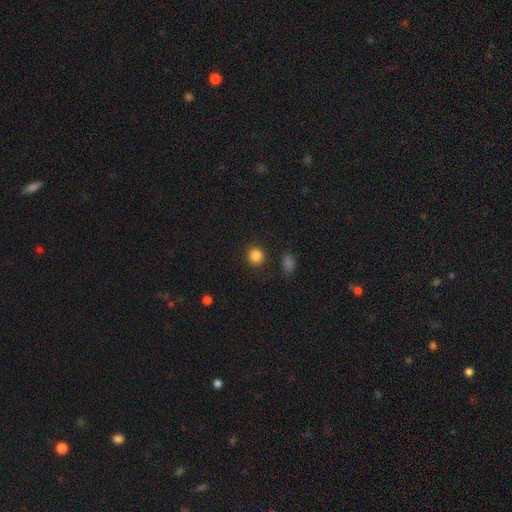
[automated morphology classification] smooth-or-featured: smooth: 86% | star or artifact: 11% | featured or disk: 4%
  how-rounded: round: 91% | in between: 8% | cigar-shaped: 1%
  merging: none: 90% | minor disturbance: 6% | major disturbance: 2% | merger: 2%